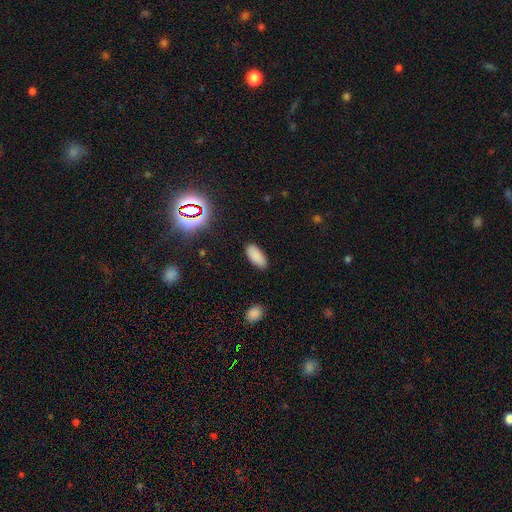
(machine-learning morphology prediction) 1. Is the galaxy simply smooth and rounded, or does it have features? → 85% smooth, 11% star or artifact, 5% featured or disk.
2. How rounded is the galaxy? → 90% in between, 8% cigar-shaped, 2% round.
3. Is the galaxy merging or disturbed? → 87% none, 10% minor disturbance, 2% major disturbance, 1% merger.